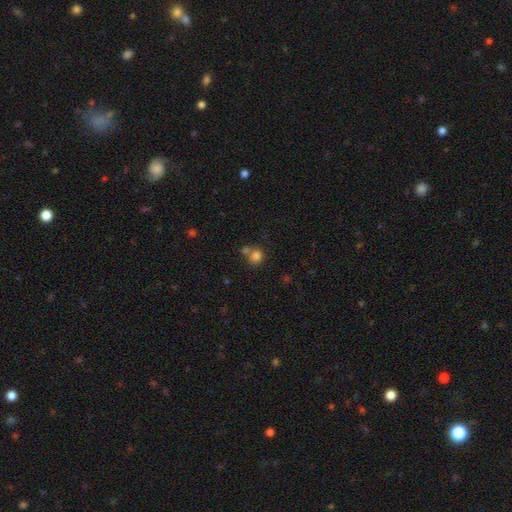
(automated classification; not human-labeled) smooth 79%, star or artifact 13%, featured or disk 8%. Down the decision tree: how rounded — round (80%); merging — none (49%).